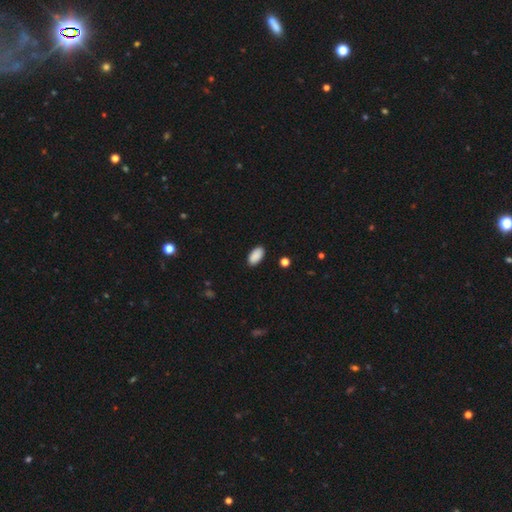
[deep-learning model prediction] This is clearly a smooth galaxy (90%). How rounded: clearly in between (95%). Merging: clearly none (89%).